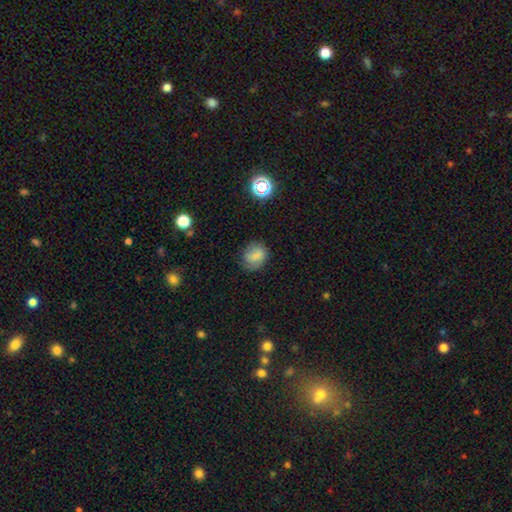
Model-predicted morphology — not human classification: Smooth or featured? smooth (72%)
How rounded? round (58%)
Merging? none (68%)